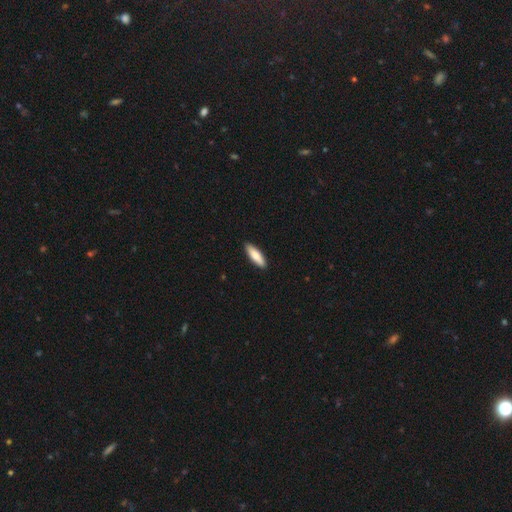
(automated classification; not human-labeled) Smooth or featured: smooth — 82% (featured or disk — 13%)
How rounded: cigar-shaped — 54% (in between — 45%)
Merging: none — 90% (minor disturbance — 7%)